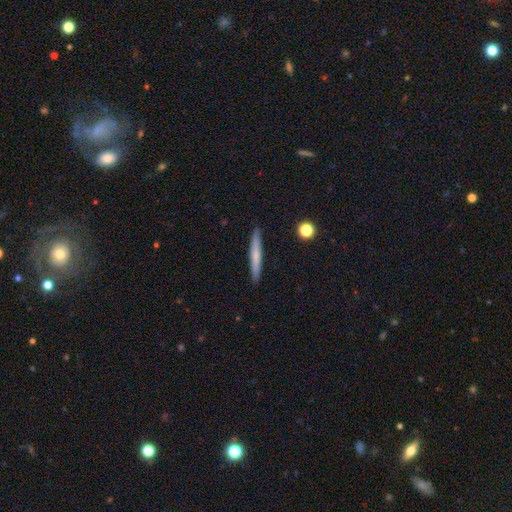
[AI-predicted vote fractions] Smooth or featured: smooth — 62% (featured or disk — 32%)
How rounded: cigar-shaped — 96% (in between — 3%)
Merging: none — 90% (minor disturbance — 7%)